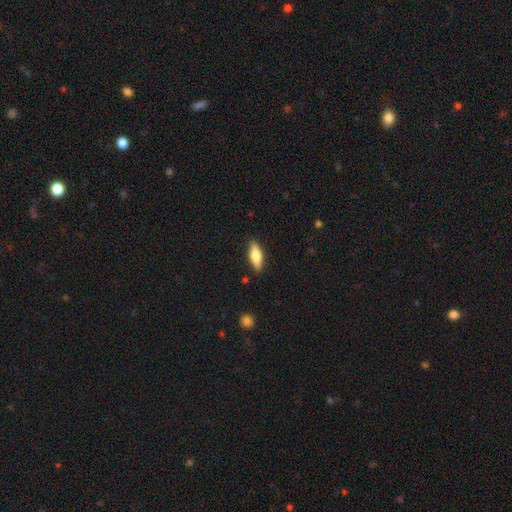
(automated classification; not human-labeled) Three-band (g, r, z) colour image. It shows a smooth galaxy with no disk features (59%) that is in between round and cigar-shaped (53%). Merging: none (87%).